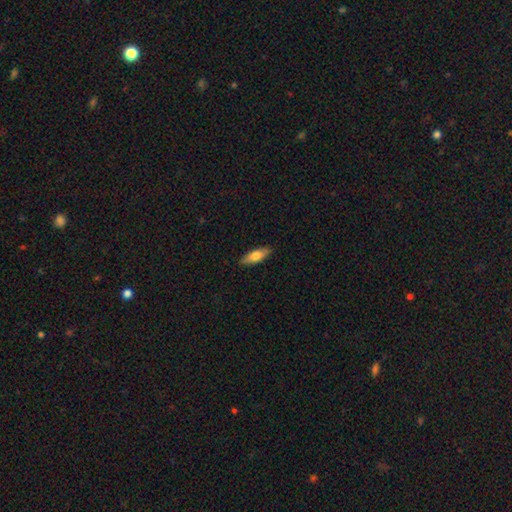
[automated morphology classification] Q: Smooth or featured?
A: smooth (72%); runner-up: featured or disk (22%)
Q: How rounded?
A: in between (64%); runner-up: cigar-shaped (33%)
Q: Merging?
A: none (88%); runner-up: minor disturbance (9%)